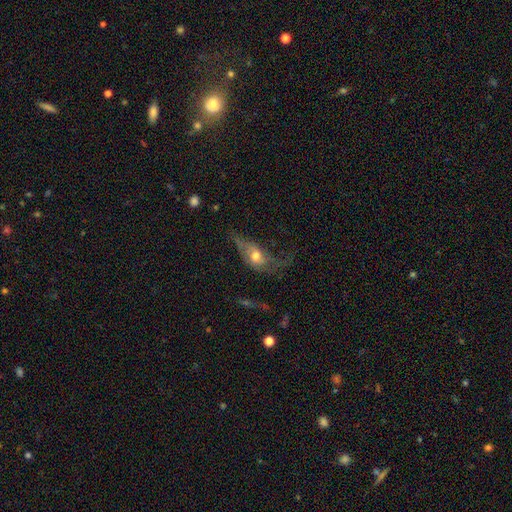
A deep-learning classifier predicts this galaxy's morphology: Overall: featured or disk (53%; smooth 38%). Edge-on disk: no (80%). Merging: major disturbance (46%; none 28%).